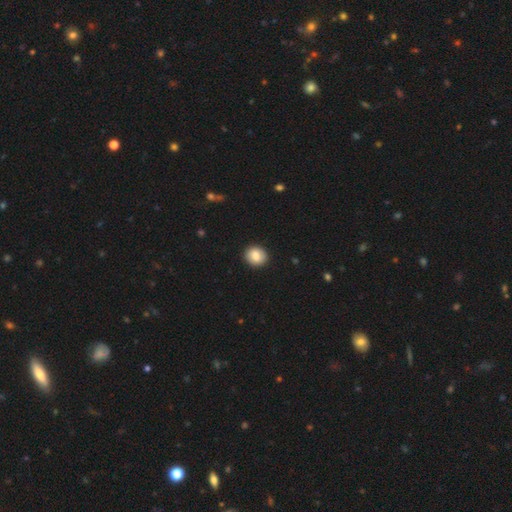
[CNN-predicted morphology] Smooth or featured? smooth (81%)
How rounded? round (78%)
Merging? none (91%)